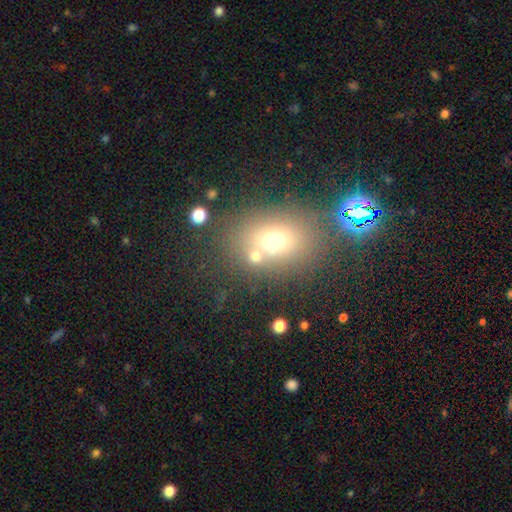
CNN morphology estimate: Overall: smooth (65%). How rounded: round (52%; in between 46%). Merging: none (60%; merger 22%).